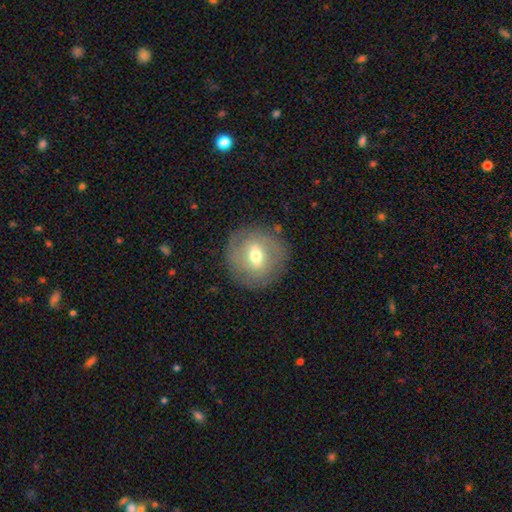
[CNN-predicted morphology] Smooth or featured?
  - featured or disk: 49% *
  - smooth: 43%
  - star or artifact: 8%
Merging?
  - none: 83% *
  - minor disturbance: 11%
  - major disturbance: 5%
  - merger: 1%